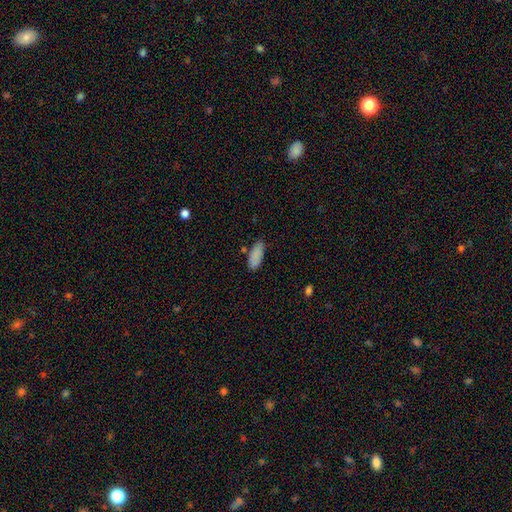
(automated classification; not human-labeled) Smooth or featured? smooth (87%)
How rounded? in between (79%)
Merging? none (74%)